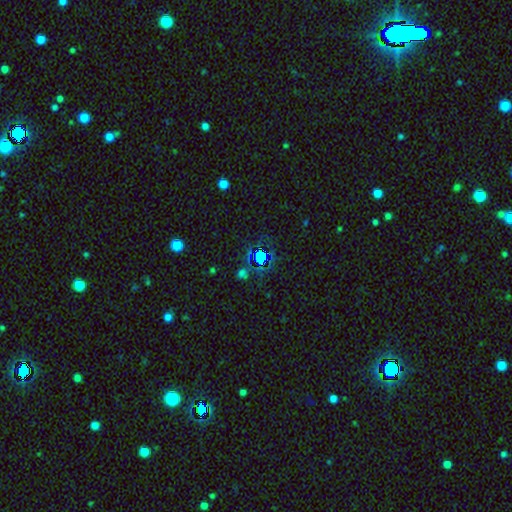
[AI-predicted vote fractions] Morphology: type=star or artifact (71%).